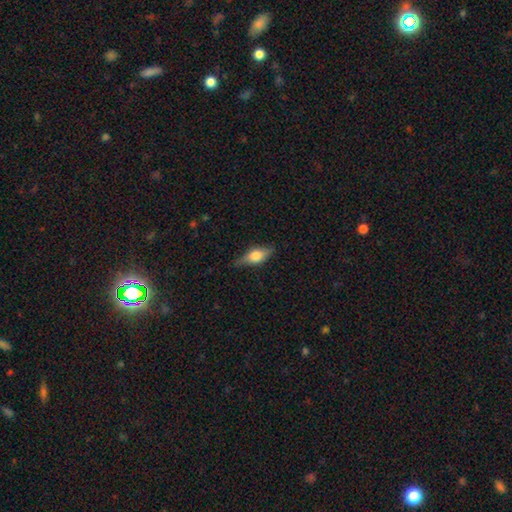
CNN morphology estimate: The model was most divided on "smooth or featured": smooth: 56%, featured or disk: 37%, star or artifact: 7%. More confident: merging — none (76%); how rounded — in between (74%).